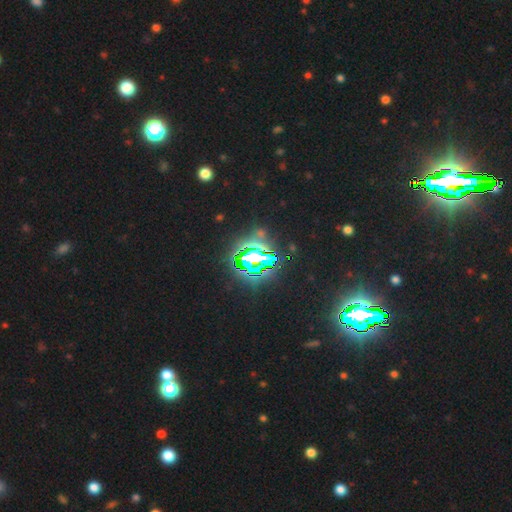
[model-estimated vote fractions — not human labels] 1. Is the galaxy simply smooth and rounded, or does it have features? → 83% star or artifact, 10% smooth, 7% featured or disk.